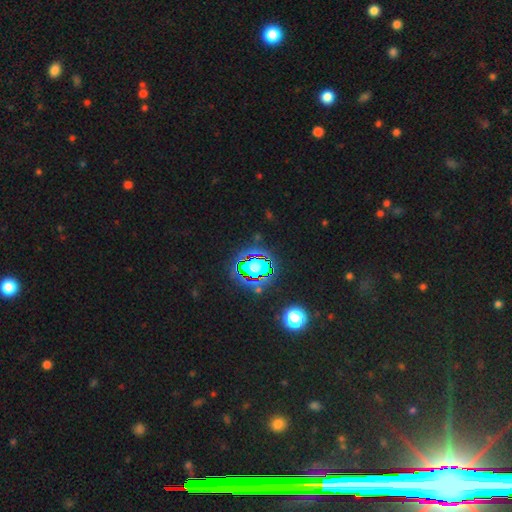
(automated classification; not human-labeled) A star or artifact, not a galaxy (81%).

Vote fractions:
- Smooth or featured? star or artifact: 81% / smooth: 12% / featured or disk: 8%